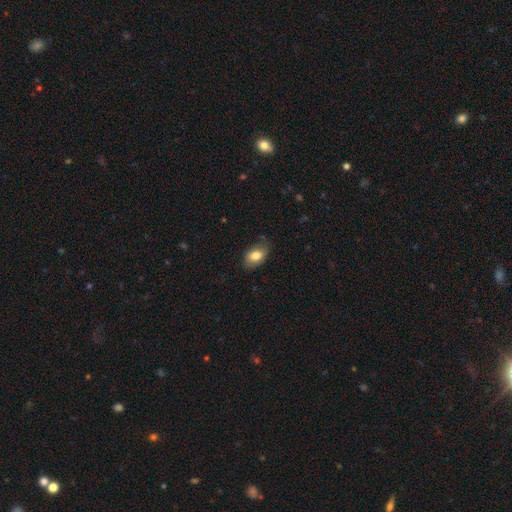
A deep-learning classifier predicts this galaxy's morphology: A smooth galaxy with no disk features (80%) that is in between round and cigar-shaped (88%).

Vote fractions:
- Smooth or featured? smooth: 80% / featured or disk: 12% / star or artifact: 8%
- How rounded? in between: 88% / round: 10% / cigar-shaped: 1%
- Merging? none: 78% / minor disturbance: 17% / major disturbance: 4% / merger: 1%